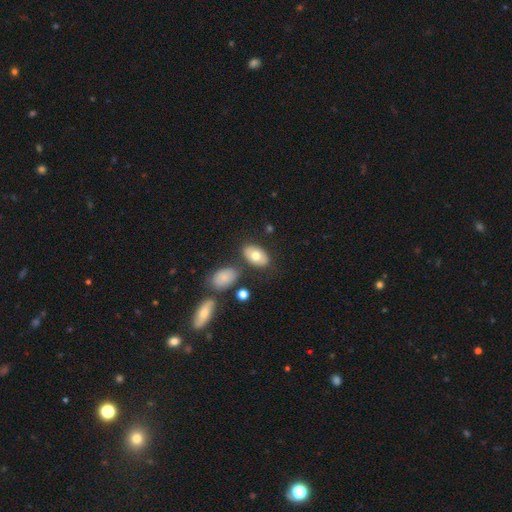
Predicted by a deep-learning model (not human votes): Smooth or featured? Predicted: smooth (p=0.72). How rounded? Predicted: in between (p=0.92). Merging? Predicted: none (p=0.75).